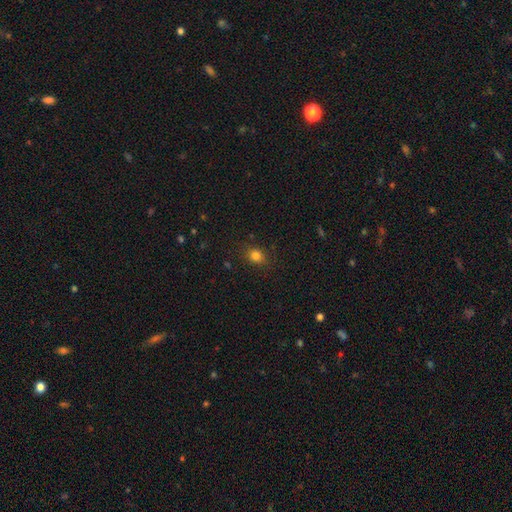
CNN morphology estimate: smooth_or_featured: smooth (p=0.81) [alt: star or artifact p=0.13]
how_rounded: round (p=0.59) [alt: in between p=0.39]
merging: none (p=0.84) [alt: minor disturbance p=0.11]